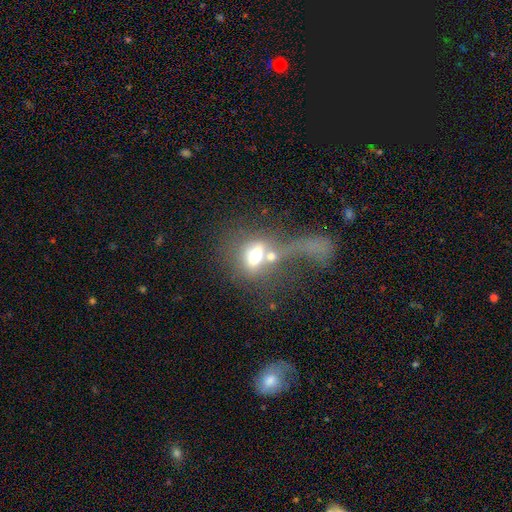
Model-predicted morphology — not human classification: Smooth or featured? smooth (55%)
How rounded? in between (64%)
Merging? merger (51%)